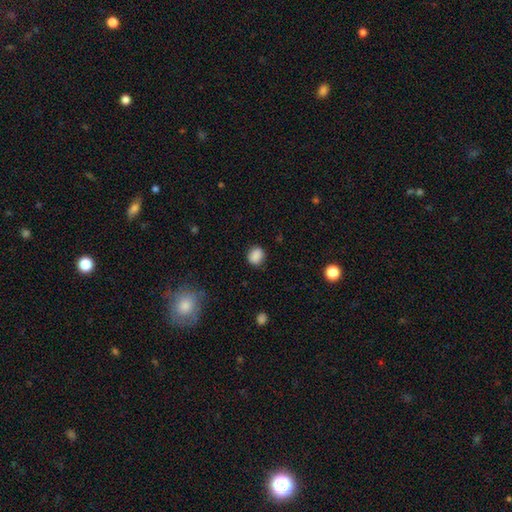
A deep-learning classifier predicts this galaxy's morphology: smooth-or-featured: smooth: 87% | star or artifact: 10% | featured or disk: 4%
  how-rounded: round: 67% | in between: 32% | cigar-shaped: 1%
  merging: none: 83% | minor disturbance: 12% | major disturbance: 3% | merger: 1%